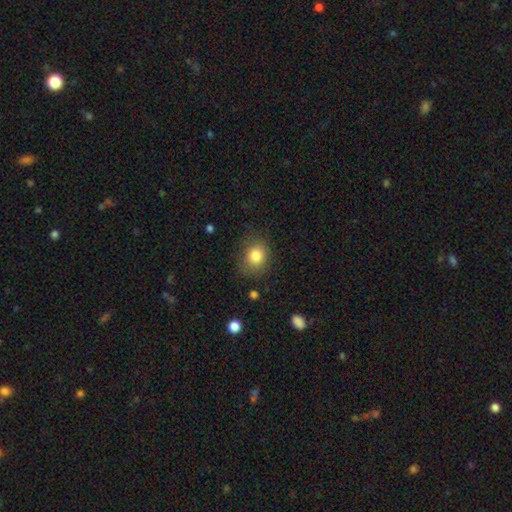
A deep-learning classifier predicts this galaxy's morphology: The model was most divided on "how rounded": round: 65%, in between: 34%, cigar-shaped: 1%. More confident: smooth or featured — smooth (82%); merging — none (75%).